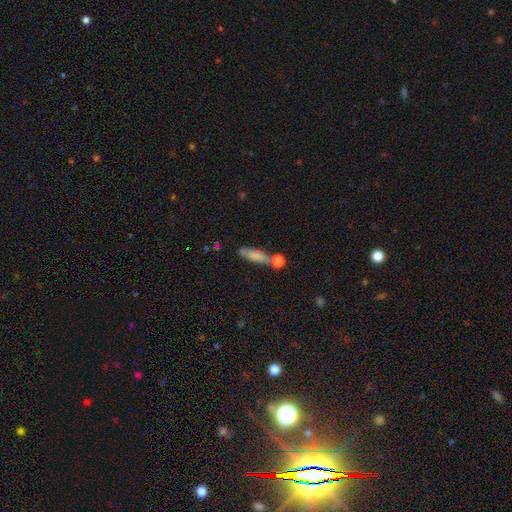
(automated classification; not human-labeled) Overall: smooth (73%). How rounded: cigar-shaped (62%; in between 33%). Merging: none (56%; merger 22%).